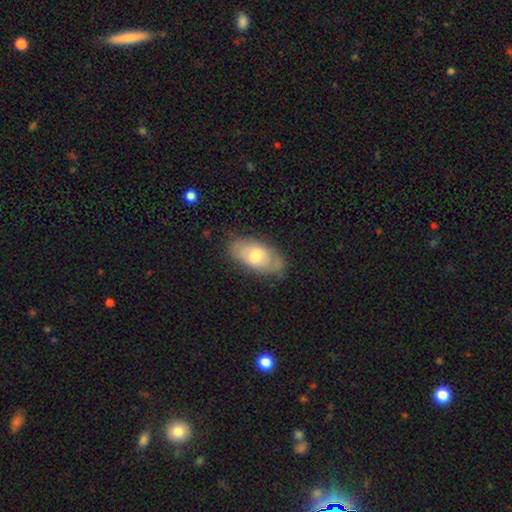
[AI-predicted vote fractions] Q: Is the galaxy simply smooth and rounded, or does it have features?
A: smooth — 57%.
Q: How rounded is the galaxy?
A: in between — 91%.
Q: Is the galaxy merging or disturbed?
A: none — 71%.